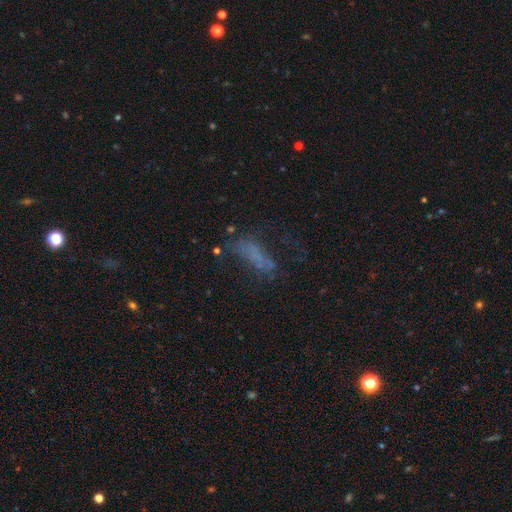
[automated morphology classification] Overall: smooth (44%; featured or disk 32%). Merging: none (39%; major disturbance 33%).